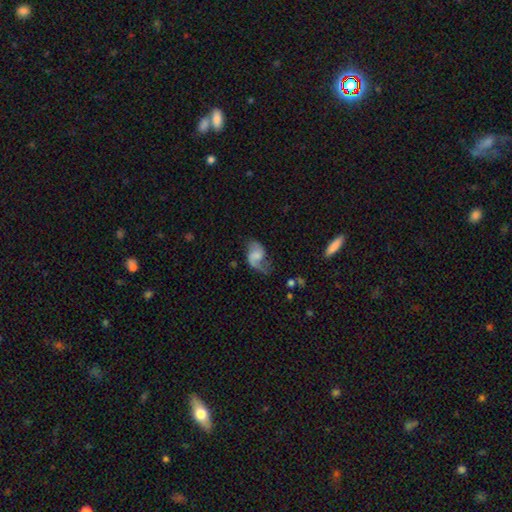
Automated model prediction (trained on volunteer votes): A featured or disk galaxy (69%) with no bar (49%), 2 (75%) loose (62%) spiral arms (91%) and no central bulge (36%).

Vote fractions:
- Smooth or featured? featured or disk: 69% / smooth: 24% / star or artifact: 7%
- Edge-on disk? no: 97% / yes: 3%
- Bar? no: 49% / weak: 42% / strong: 9%
- Spiral arms? yes: 91% / no: 9%
- Spiral winding? loose: 62% / medium: 30% / tight: 7%
- Spiral arm count? 2: 75% / 1: 18% / can't tell: 4% / 3: 1% / 4: 1% / more than 4: 1%
- Bulge size? none: 36% / small: 27% / moderate: 24% / large: 10% / dominant: 2%
- Merging? none: 48% / minor disturbance: 25% / major disturbance: 23% / merger: 3%